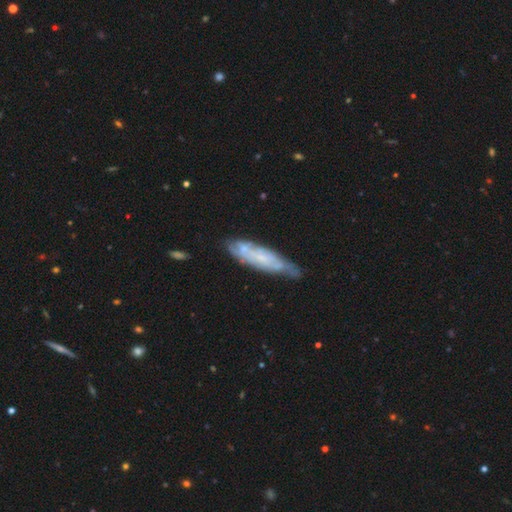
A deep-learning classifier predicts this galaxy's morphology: smooth-or-featured: featured or disk: 56% | smooth: 35% | star or artifact: 9%
  disk-edge-on: no: 60% | yes: 40%
  merging: none: 69% | minor disturbance: 21% | major disturbance: 6% | merger: 4%